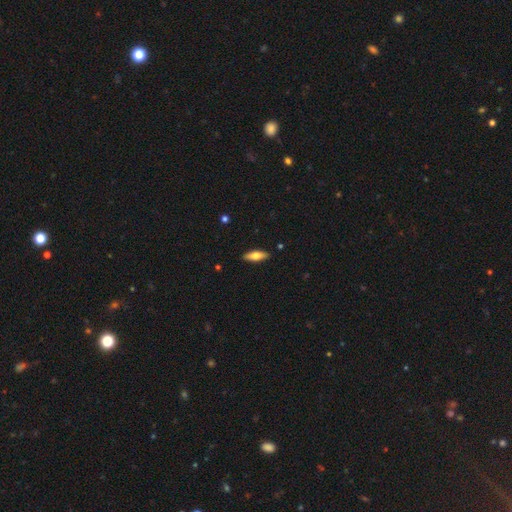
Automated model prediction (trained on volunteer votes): Morphology: type=smooth (67%); roundness=in between (59%); merging=none (88%).